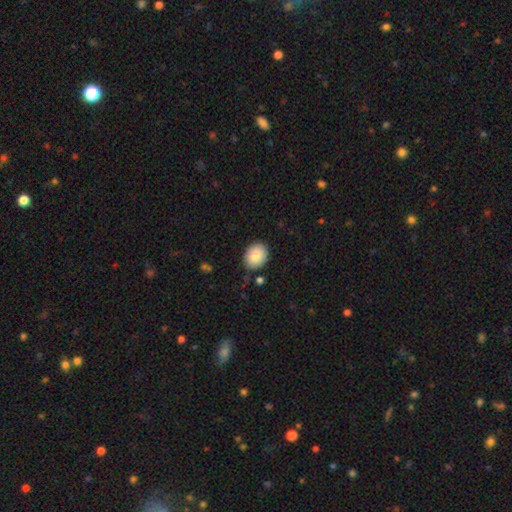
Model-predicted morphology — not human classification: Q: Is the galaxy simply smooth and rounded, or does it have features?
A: smooth — 84%.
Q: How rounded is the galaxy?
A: in between — 52%.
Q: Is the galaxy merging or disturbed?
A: none — 84%.